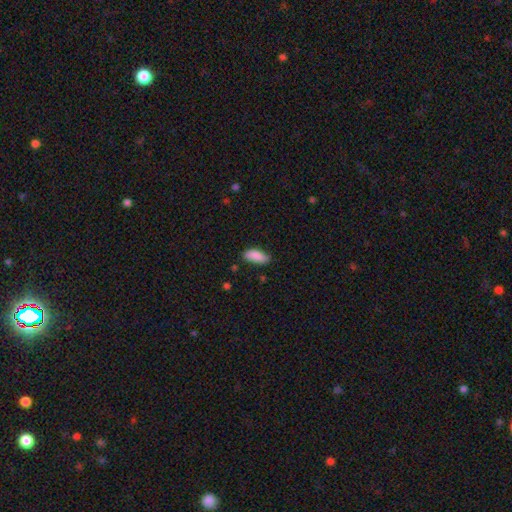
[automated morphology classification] smooth_or_featured: smooth (p=0.88) [alt: star or artifact p=0.06]
how_rounded: in between (p=0.82) [alt: cigar-shaped p=0.16]
merging: none (p=0.77) [alt: minor disturbance p=0.18]